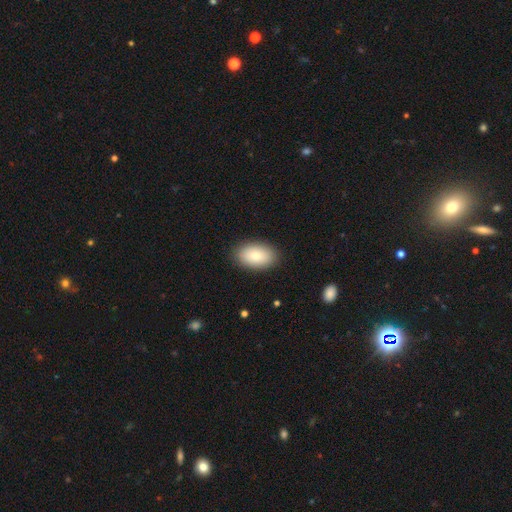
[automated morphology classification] This appears to be a smooth galaxy with no disk features (83%) that is in between round and cigar-shaped (92%). Merging: none (88%).